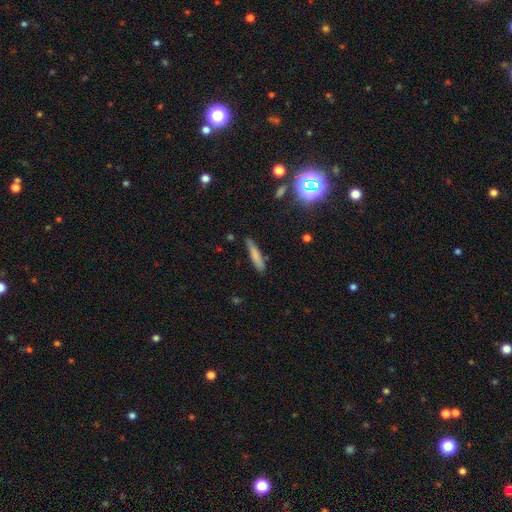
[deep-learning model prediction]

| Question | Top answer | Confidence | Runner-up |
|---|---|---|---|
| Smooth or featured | smooth | 75% | featured or disk (17%) |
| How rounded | cigar-shaped | 88% | in between (10%) |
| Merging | none | 81% | minor disturbance (14%) |